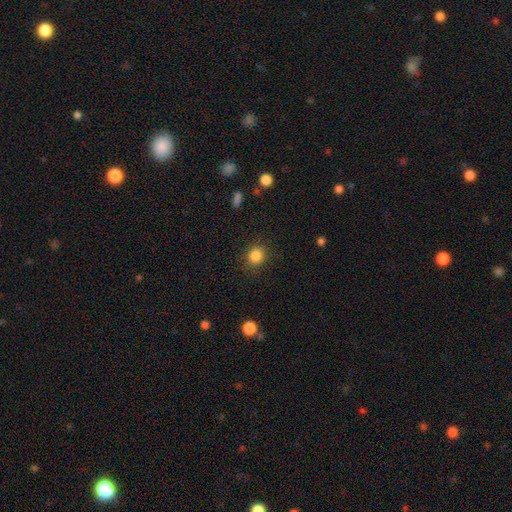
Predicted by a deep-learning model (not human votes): Smooth or featured?
  - smooth: 85% *
  - star or artifact: 11%
  - featured or disk: 4%
How rounded?
  - round: 85% *
  - in between: 14%
  - cigar-shaped: 1%
Merging?
  - none: 88% *
  - minor disturbance: 8%
  - major disturbance: 3%
  - merger: 1%